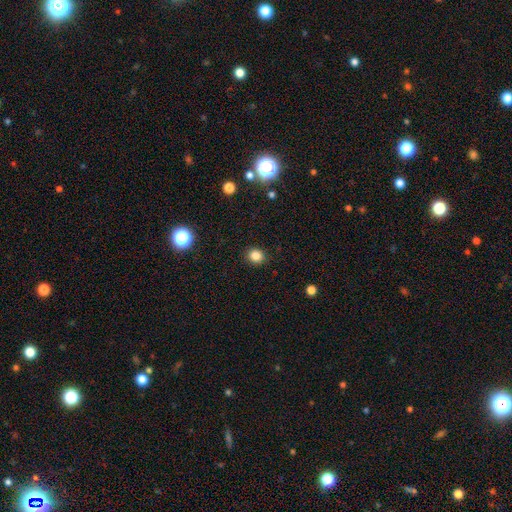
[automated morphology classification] Q: Smooth or featured?
A: smooth (84%); runner-up: star or artifact (12%)
Q: How rounded?
A: round (81%); runner-up: in between (18%)
Q: Merging?
A: none (90%); runner-up: minor disturbance (7%)